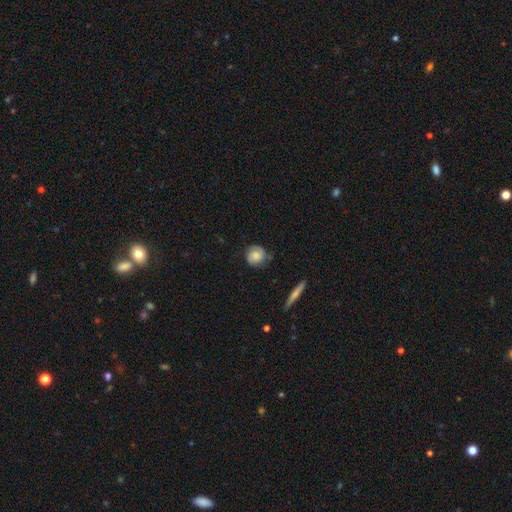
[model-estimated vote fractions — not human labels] Morphology: type=smooth (53%); roundness=round (83%); merging=none (69%).